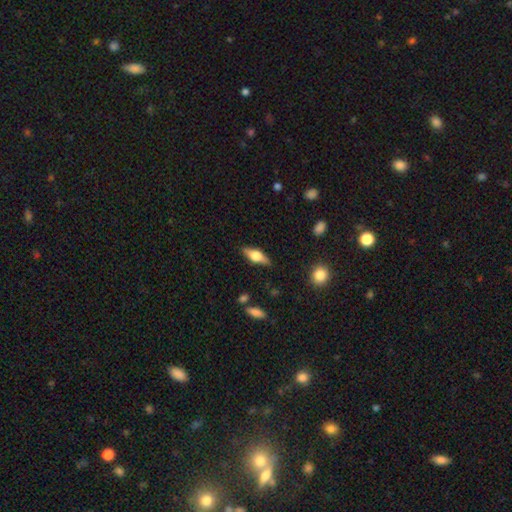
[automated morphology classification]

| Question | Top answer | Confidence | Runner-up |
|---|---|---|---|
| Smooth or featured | featured or disk | 54% | smooth (39%) |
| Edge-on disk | yes | 94% | no (6%) |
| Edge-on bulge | rounded | 90% | boxy (8%) |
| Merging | none | 86% | minor disturbance (10%) |